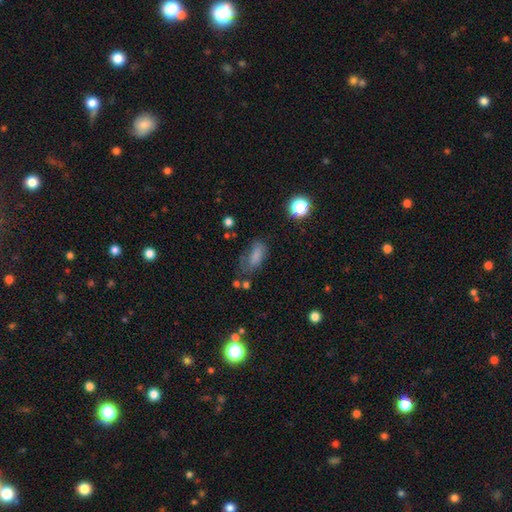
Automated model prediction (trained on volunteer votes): smooth 73%, star or artifact 14%, featured or disk 13%. Down the decision tree: how rounded — in between (82%); merging — none (45%).